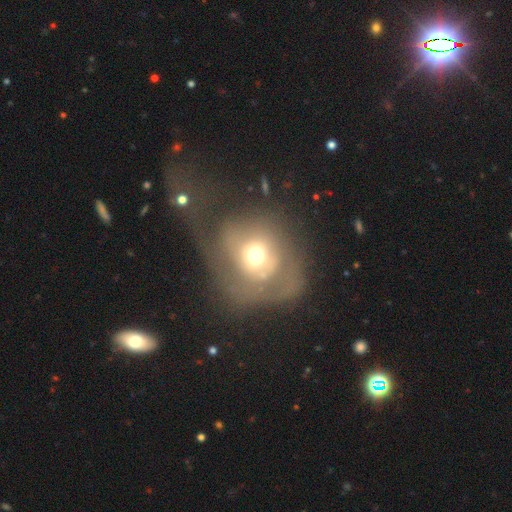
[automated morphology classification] This is marginally a smooth galaxy (44%, tied with featured or disk). Merging: possibly major disturbance (48%).